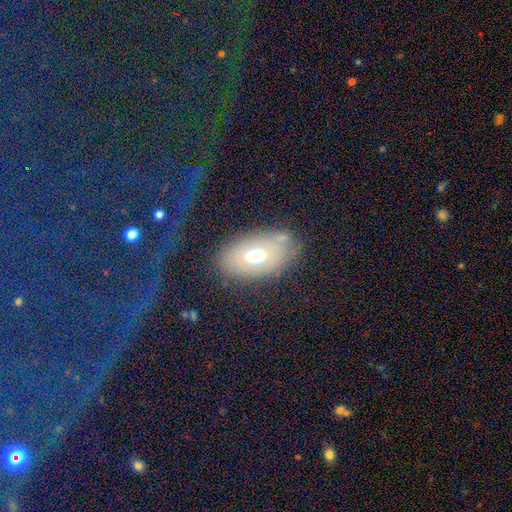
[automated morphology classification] Smooth or featured: smooth — 54% (featured or disk — 35%)
How rounded: in between — 89% (round — 9%)
Merging: none — 66% (minor disturbance — 18%)